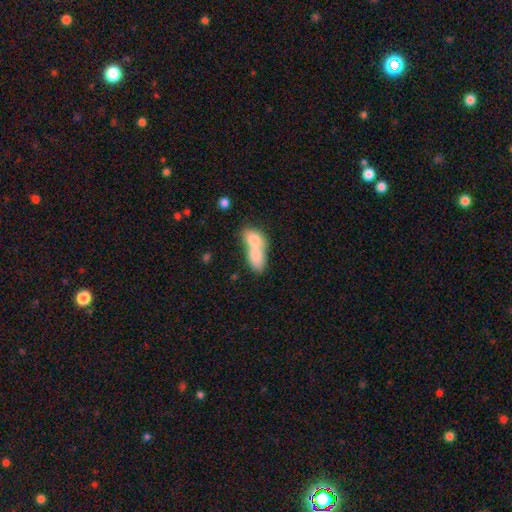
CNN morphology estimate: type=smooth (77%); roundness=in between (83%); merging=merger (77%).